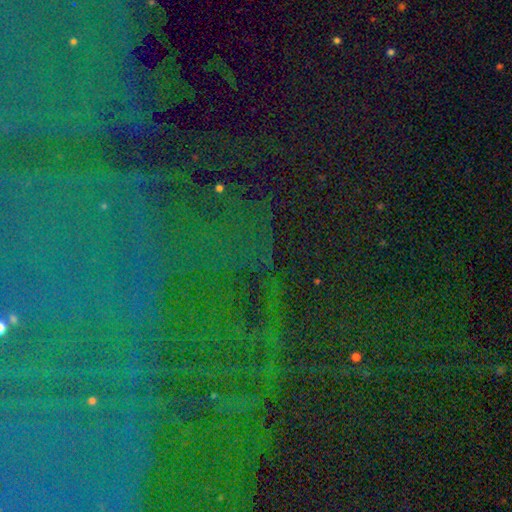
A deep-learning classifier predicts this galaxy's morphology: Overall: star or artifact (85%).